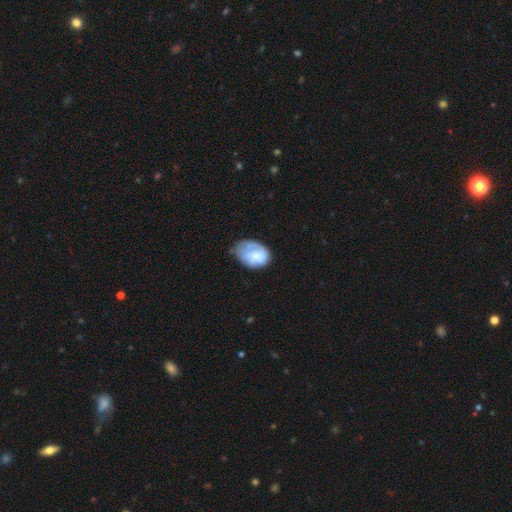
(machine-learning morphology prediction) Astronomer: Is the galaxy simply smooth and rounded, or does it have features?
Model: smooth — 67%.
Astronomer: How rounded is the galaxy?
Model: in between — 78%.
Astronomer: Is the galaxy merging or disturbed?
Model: none — 40% (runner-up: minor disturbance, 39%).